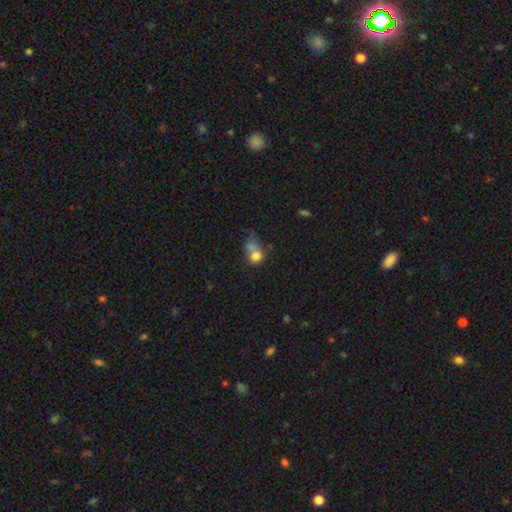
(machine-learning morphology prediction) smooth-or-featured: smooth: 72% | featured or disk: 15% | star or artifact: 12%
  how-rounded: round: 58% | in between: 40% | cigar-shaped: 2%
  merging: merger: 36% | none: 25% | major disturbance: 20% | minor disturbance: 18%